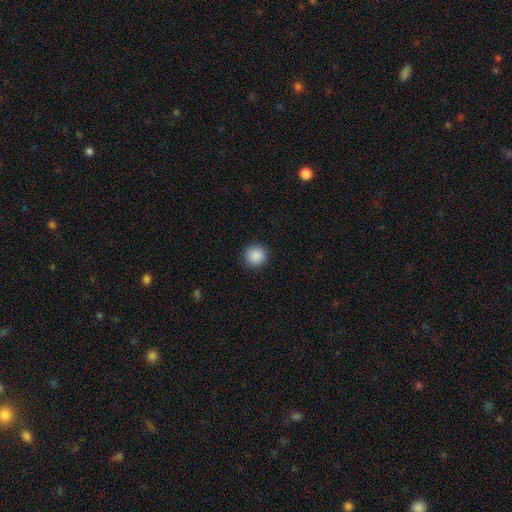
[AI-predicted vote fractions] smooth 88%, star or artifact 8%, featured or disk 3%. Down the decision tree: how rounded — round (94%); merging — none (91%).